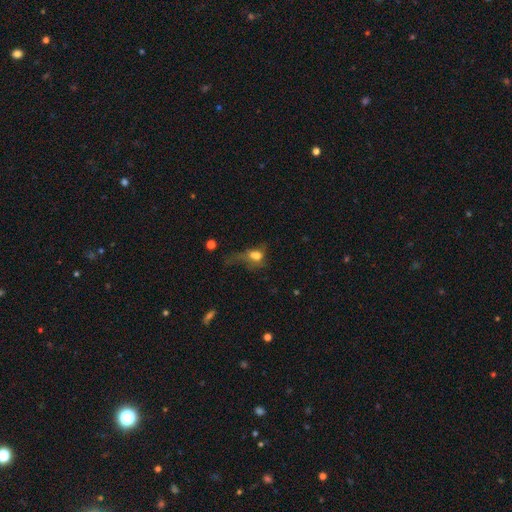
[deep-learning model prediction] Morphology: type=smooth (58%); roundness=in between (70%); merging=major disturbance (54%).